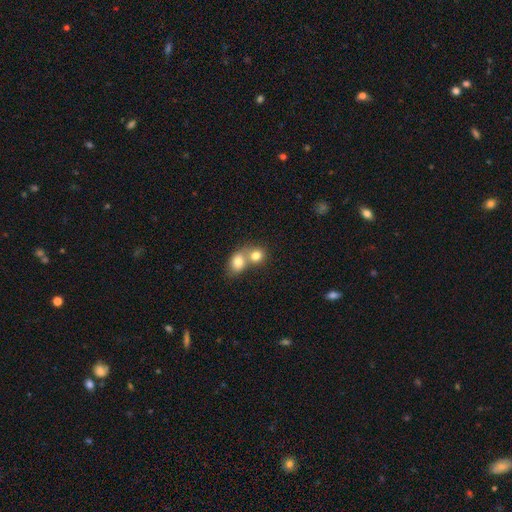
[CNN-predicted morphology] Overall: smooth (78%). How rounded: round (69%; in between 30%). Merging: merger (63%; none 29%).